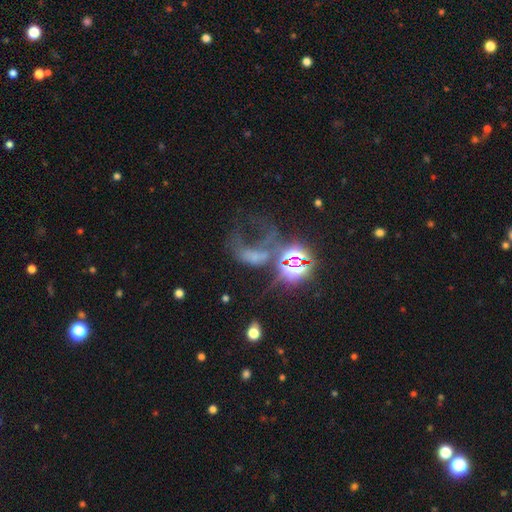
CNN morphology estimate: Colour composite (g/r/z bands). It shows a star or artifact, not a galaxy (40%).